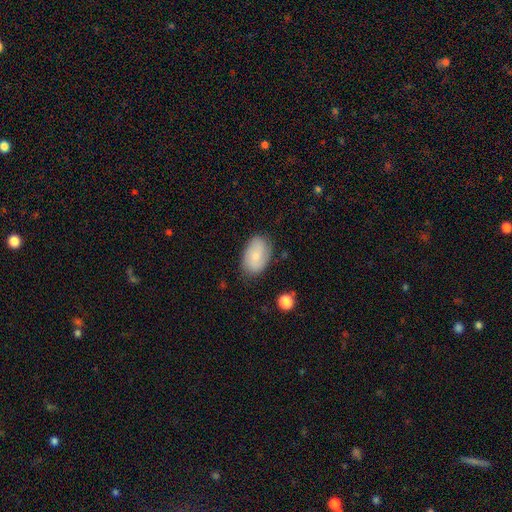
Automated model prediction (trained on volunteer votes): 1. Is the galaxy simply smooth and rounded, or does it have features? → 64% smooth, 29% featured or disk, 7% star or artifact.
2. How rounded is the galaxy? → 91% in between, 8% round, 2% cigar-shaped.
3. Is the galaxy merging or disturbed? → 76% none, 18% minor disturbance, 4% major disturbance, 2% merger.